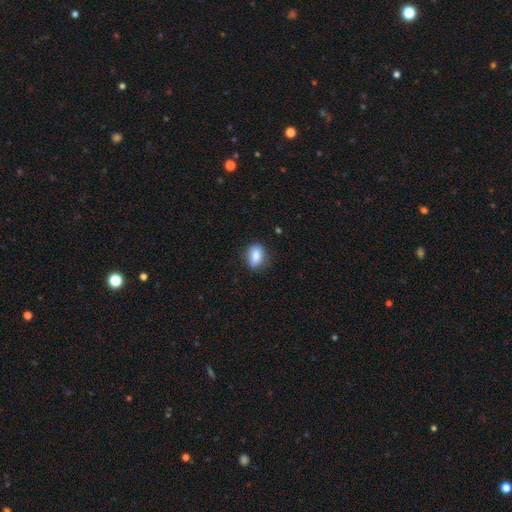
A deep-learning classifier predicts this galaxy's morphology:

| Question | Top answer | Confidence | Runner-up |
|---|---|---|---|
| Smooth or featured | smooth | 83% | featured or disk (9%) |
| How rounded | in between | 77% | round (21%) |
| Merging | none | 80% | minor disturbance (16%) |